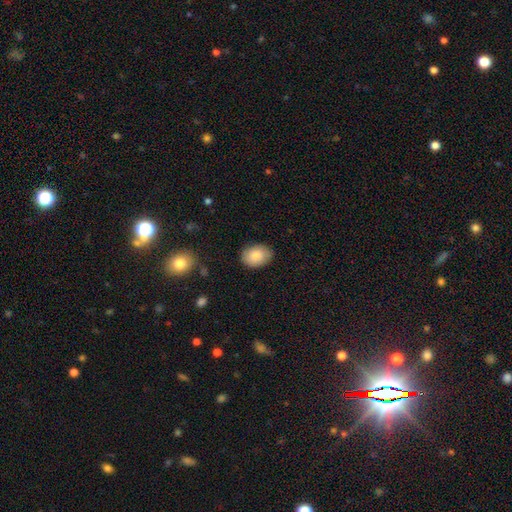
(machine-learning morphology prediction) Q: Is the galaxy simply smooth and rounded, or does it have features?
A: smooth — 85%.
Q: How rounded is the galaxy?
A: in between — 76%.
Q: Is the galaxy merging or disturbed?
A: none — 85%.